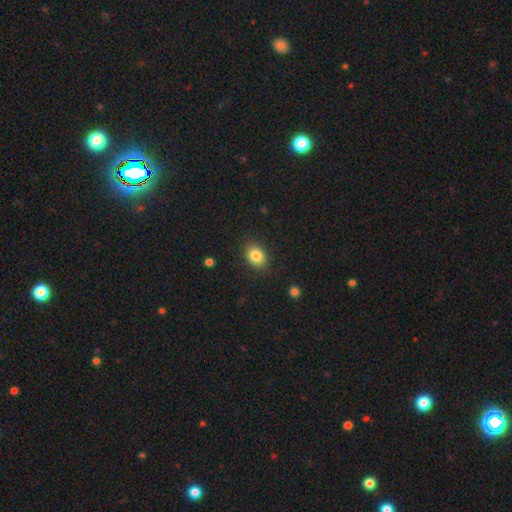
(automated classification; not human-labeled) A smooth galaxy with no disk features (83%) that is in between round and cigar-shaped (63%). Merging: none (88%).